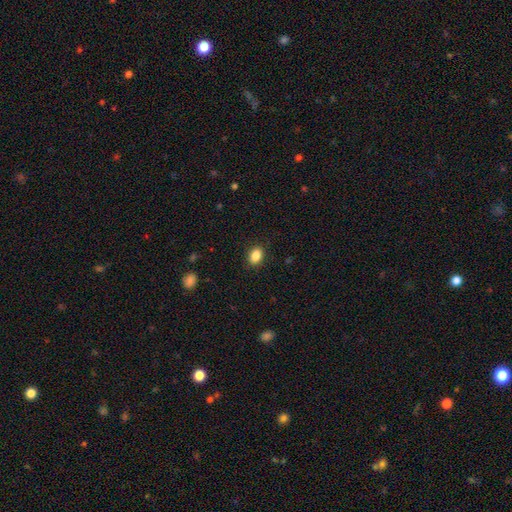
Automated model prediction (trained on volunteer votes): Smooth or featured: smooth — 86% (star or artifact — 9%)
How rounded: in between — 77% (round — 22%)
Merging: none — 89% (minor disturbance — 8%)